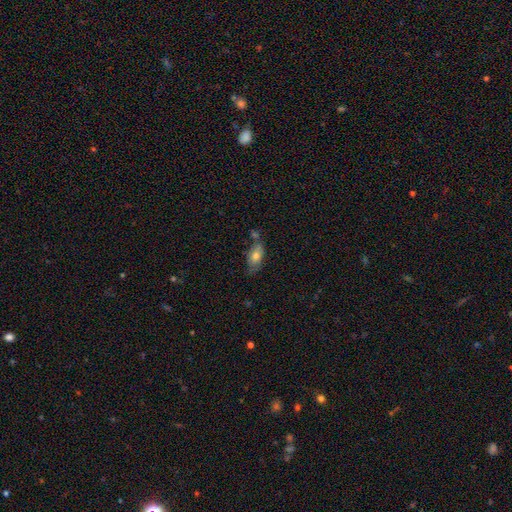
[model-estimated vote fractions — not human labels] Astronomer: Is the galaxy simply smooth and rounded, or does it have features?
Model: smooth — 71%.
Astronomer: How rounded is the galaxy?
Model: in between — 86%.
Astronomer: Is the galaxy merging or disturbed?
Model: none — 52%.